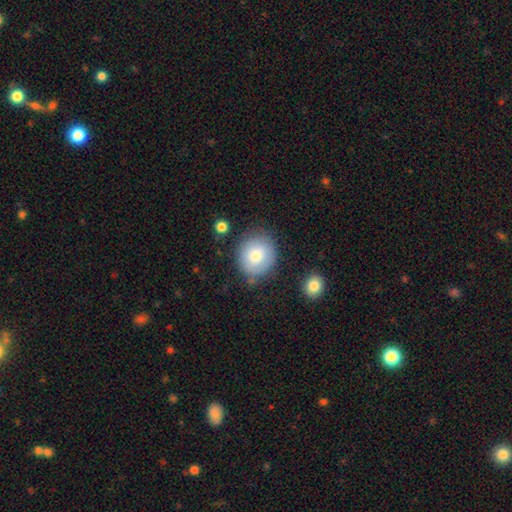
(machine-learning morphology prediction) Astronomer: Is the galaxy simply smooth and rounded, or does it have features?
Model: smooth — 74%.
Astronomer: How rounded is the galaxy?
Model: round — 77%.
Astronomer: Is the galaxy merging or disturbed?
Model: none — 76%.